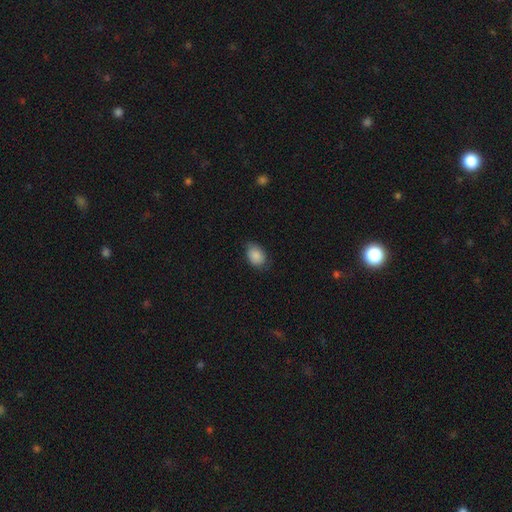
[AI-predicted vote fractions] Overall: smooth (88%). How rounded: in between (79%). Merging: none (73%).